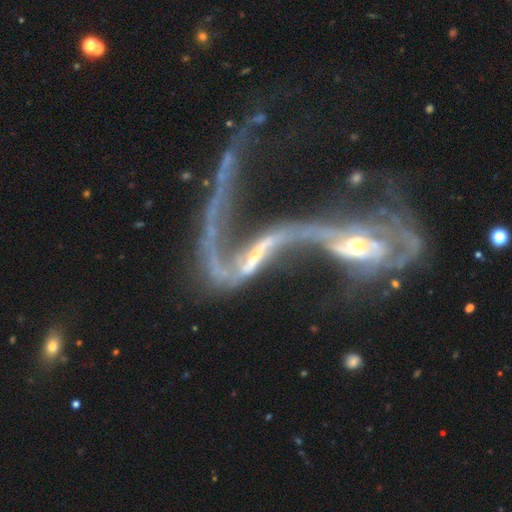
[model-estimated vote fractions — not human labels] smooth-or-featured: featured or disk: 80% | smooth: 10% | star or artifact: 10%
  disk-edge-on: no: 89% | yes: 11%
    bar: no: 37% | strong: 34% | weak: 29%
    has-spiral-arms: yes: 70% | no: 30%
      spiral-winding: loose: 91% | medium: 6% | tight: 3%
      spiral-arm-count: 2: 68% | 1: 19% | can't tell: 7% | 3: 2% | 4: 2% | more than 4: 2%
    bulge-size: small: 32% | none: 30% | moderate: 30% | large: 6% | dominant: 3%
  merging: merger: 69% | major disturbance: 18% | none: 8% | minor disturbance: 5%